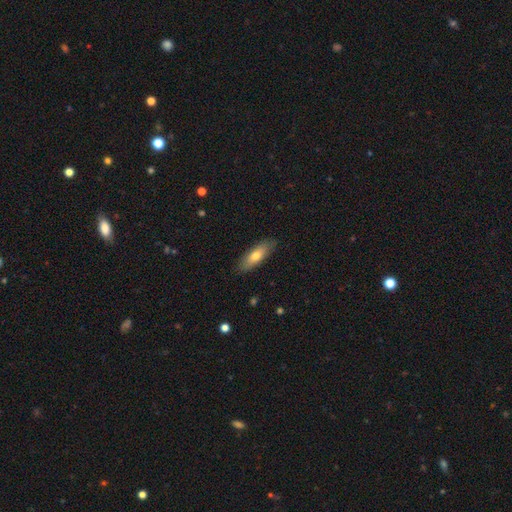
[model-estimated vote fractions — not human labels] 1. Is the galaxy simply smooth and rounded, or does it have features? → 68% smooth, 26% featured or disk, 6% star or artifact.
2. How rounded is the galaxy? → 55% in between, 43% cigar-shaped, 2% round.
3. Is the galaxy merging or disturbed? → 86% none, 11% minor disturbance, 2% major disturbance, 1% merger.